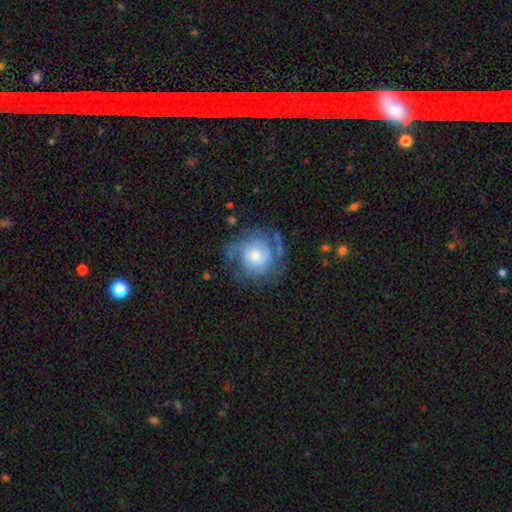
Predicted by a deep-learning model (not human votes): Overall: featured or disk (73%). Edge-on disk: no (98%). Bar: no (74%). Spiral arms: yes (88%). Spiral arm count: 2 (34%, tied with can't tell). Spiral winding: tight (52%; medium 35%). Bulge size: moderate (49%; small 31%). Merging: none (64%).